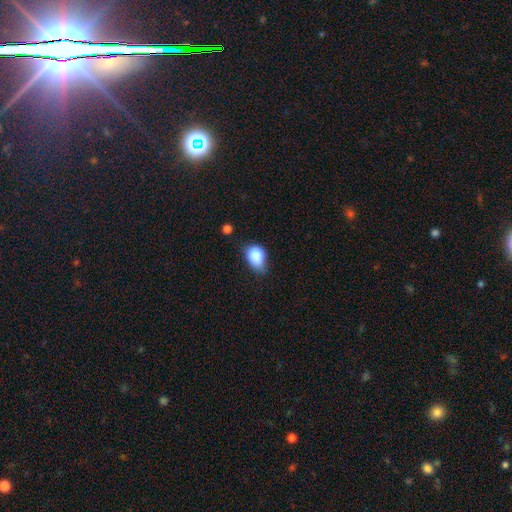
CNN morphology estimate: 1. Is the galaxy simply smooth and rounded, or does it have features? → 85% smooth, 9% star or artifact, 6% featured or disk.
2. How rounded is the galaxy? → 67% in between, 32% round, 1% cigar-shaped.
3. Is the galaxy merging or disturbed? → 46% minor disturbance, 40% none, 10% major disturbance, 4% merger.